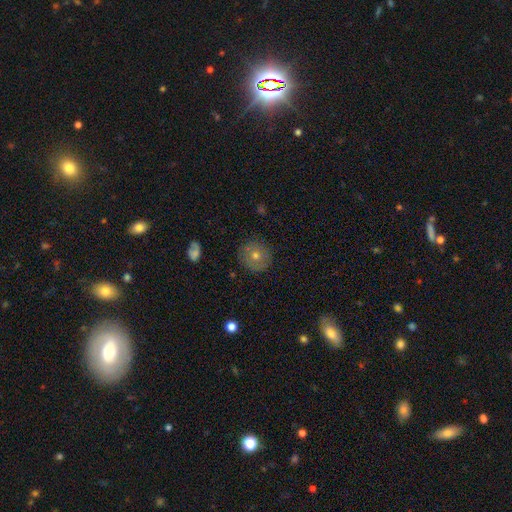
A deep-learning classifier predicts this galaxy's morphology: A smooth galaxy with no disk features (56%) that is round (92%).

Vote fractions:
- Smooth or featured? smooth: 56% / featured or disk: 32% / star or artifact: 13%
- How rounded? round: 92% / in between: 7% / cigar-shaped: 1%
- Merging? none: 87% / minor disturbance: 9% / major disturbance: 3% / merger: 1%